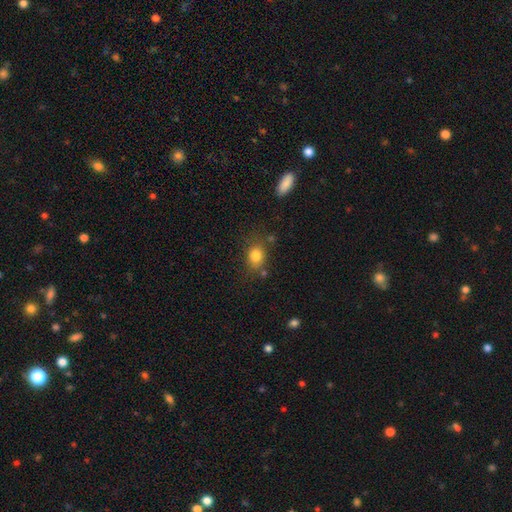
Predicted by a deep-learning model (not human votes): This is clearly a smooth galaxy (81%). How rounded: possibly in between (53%). Merging: likely none (71%).